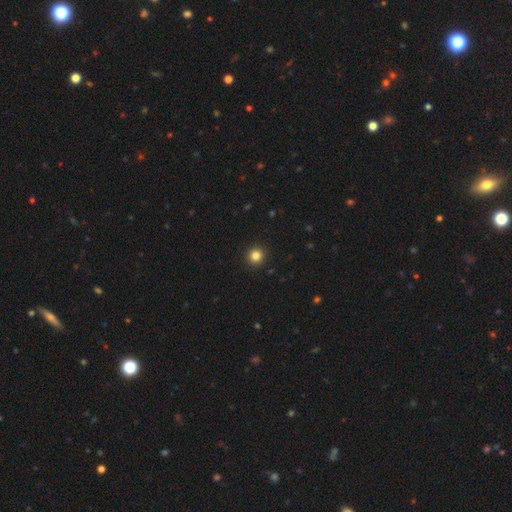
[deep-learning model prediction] The model was most divided on "smooth or featured": smooth: 84%, star or artifact: 12%, featured or disk: 5%. More confident: how rounded — round (94%); merging — none (93%).